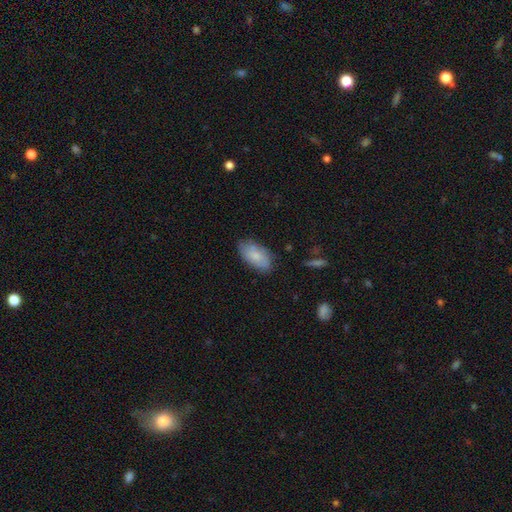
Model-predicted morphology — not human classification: type=smooth (77%); roundness=in between (93%); merging=none (77%).